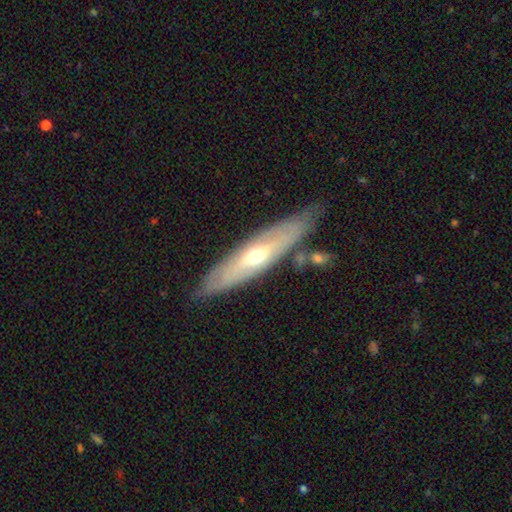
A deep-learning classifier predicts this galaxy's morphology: Smooth or featured: featured or disk — 66% (smooth — 28%)
Edge-on disk: no — 50% (tied with yes — 50%)
Merging: none — 79% (minor disturbance — 14%)